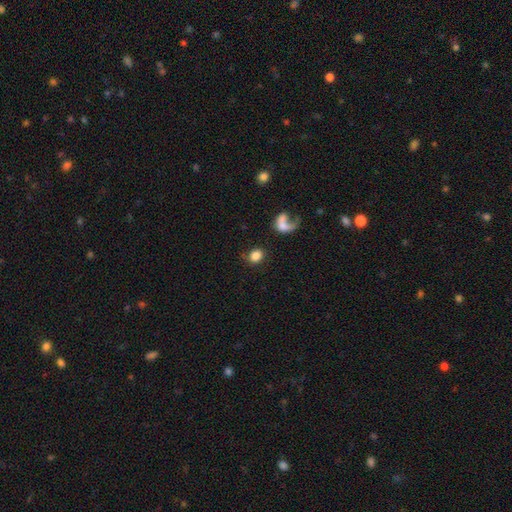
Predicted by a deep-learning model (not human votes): smooth 81%, featured or disk 9%, star or artifact 9%. Down the decision tree: how rounded — round (61%); merging — none (66%).